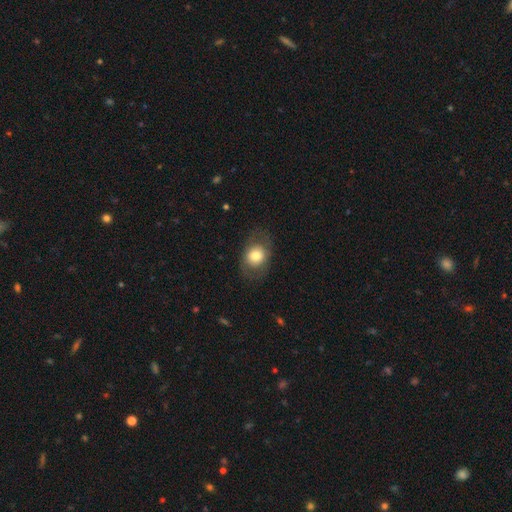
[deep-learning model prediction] Smooth or featured? smooth (73%)
How rounded? in between (58%)
Merging? none (76%)